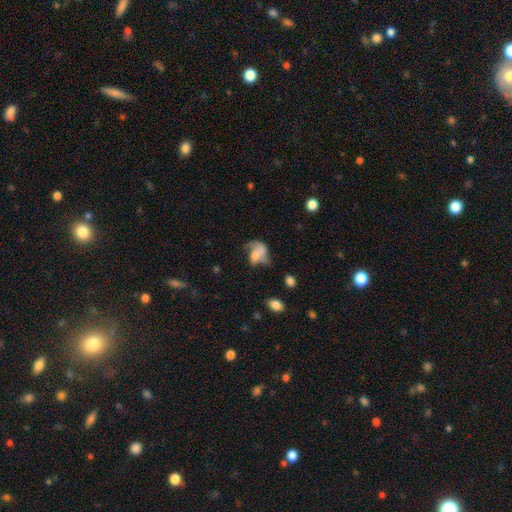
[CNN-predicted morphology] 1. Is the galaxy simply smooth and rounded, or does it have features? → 46% smooth, 43% featured or disk, 11% star or artifact.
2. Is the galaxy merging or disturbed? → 37% major disturbance, 26% none, 23% minor disturbance, 15% merger.